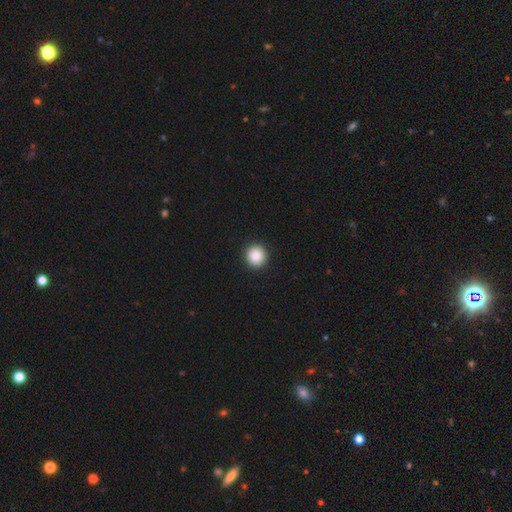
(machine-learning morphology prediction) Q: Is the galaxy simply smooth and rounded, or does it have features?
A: smooth — 89%.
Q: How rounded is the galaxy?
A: round — 94%.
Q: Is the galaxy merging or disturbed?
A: none — 93%.